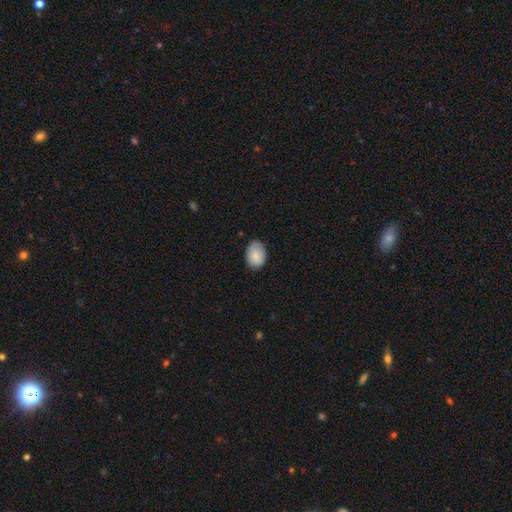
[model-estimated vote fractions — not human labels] smooth-or-featured: smooth: 87% | featured or disk: 7% | star or artifact: 7%
  how-rounded: in between: 79% | round: 20% | cigar-shaped: 1%
  merging: none: 75% | minor disturbance: 21% | major disturbance: 3% | merger: 1%